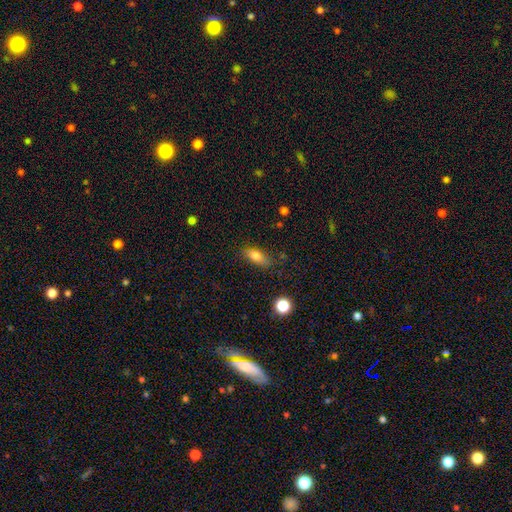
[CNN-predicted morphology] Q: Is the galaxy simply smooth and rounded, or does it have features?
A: smooth — 77%.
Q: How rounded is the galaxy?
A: in between — 77%.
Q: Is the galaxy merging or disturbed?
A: none — 75%.